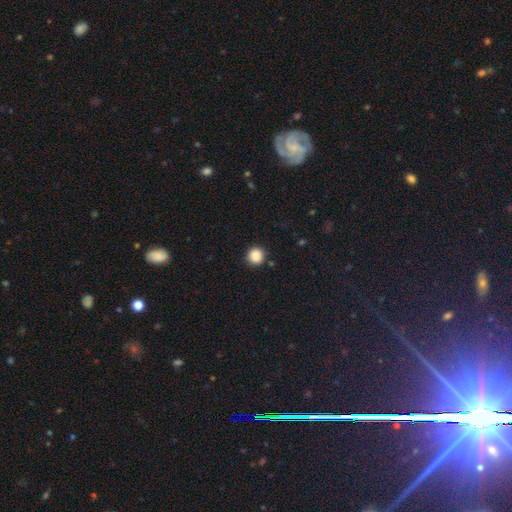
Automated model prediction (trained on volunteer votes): smooth 87%, star or artifact 10%, featured or disk 3%. Down the decision tree: how rounded — round (94%); merging — none (89%).